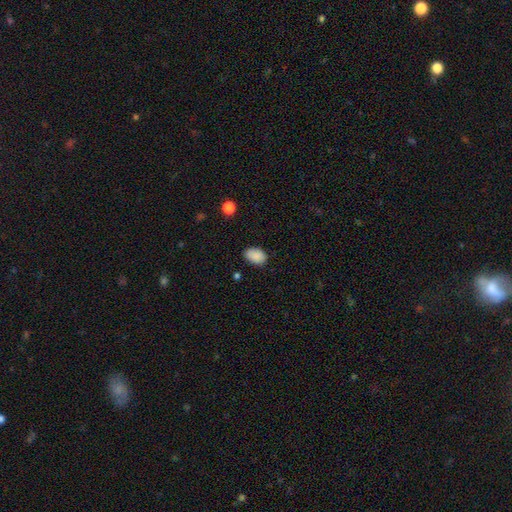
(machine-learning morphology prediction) Smooth or featured: smooth — 88% (star or artifact — 8%)
How rounded: in between — 86% (round — 13%)
Merging: none — 80% (minor disturbance — 16%)